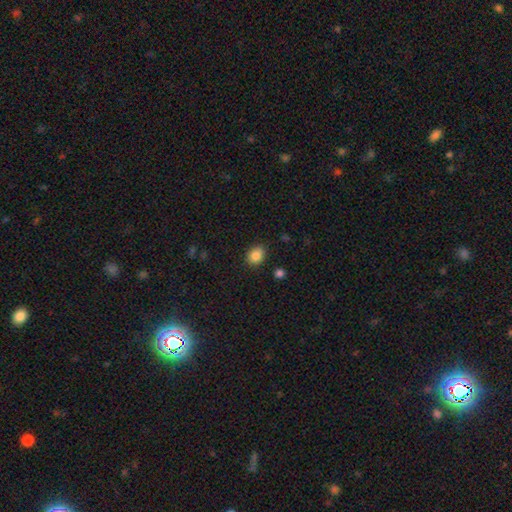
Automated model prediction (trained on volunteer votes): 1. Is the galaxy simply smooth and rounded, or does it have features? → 86% smooth, 9% star or artifact, 5% featured or disk.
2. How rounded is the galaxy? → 50% in between, 49% round, 1% cigar-shaped.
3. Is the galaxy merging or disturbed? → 85% none, 11% minor disturbance, 3% major disturbance, 2% merger.